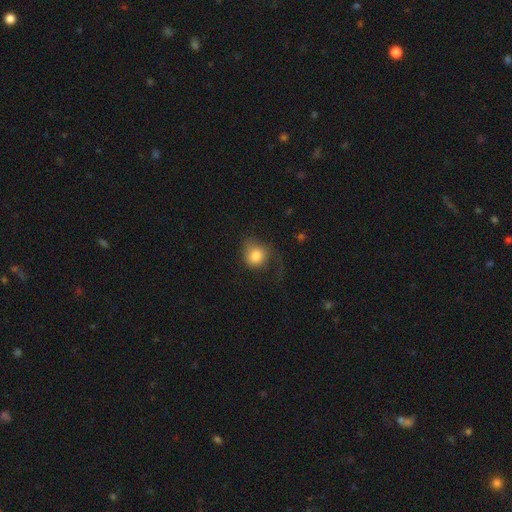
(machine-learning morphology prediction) smooth-or-featured: smooth: 79% | featured or disk: 13% | star or artifact: 8%
  how-rounded: round: 71% | in between: 28% | cigar-shaped: 1%
  merging: none: 38% | major disturbance: 36% | minor disturbance: 24% | merger: 2%